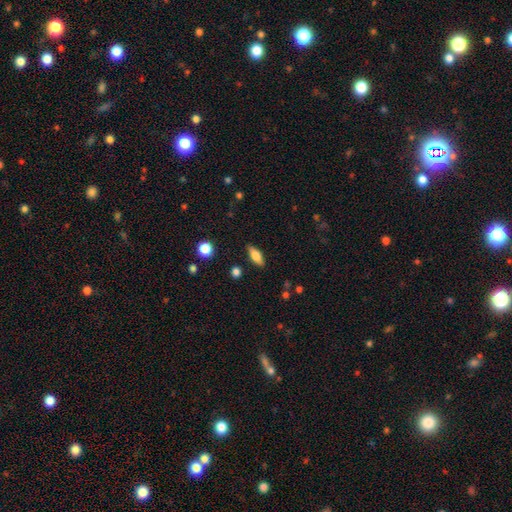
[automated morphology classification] This appears to be a smooth galaxy with no disk features (67%) that is in between round and cigar-shaped (75%). Merging: none (86%).